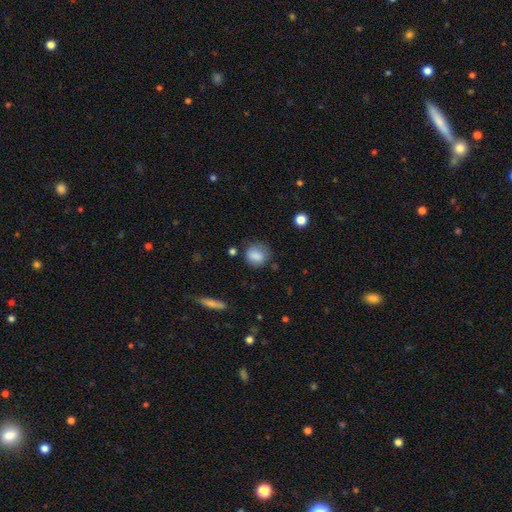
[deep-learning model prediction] Smooth or featured: smooth — 84% (star or artifact — 9%)
How rounded: round — 74% (in between — 25%)
Merging: none — 69% (minor disturbance — 21%)